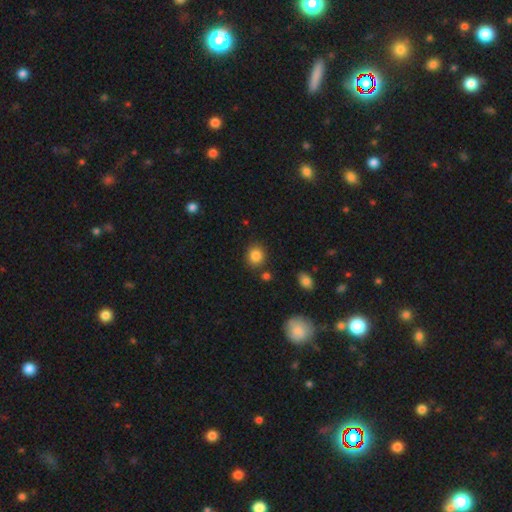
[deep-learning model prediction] Smooth or featured: smooth — 85% (star or artifact — 10%)
How rounded: round — 76% (in between — 23%)
Merging: none — 84% (minor disturbance — 9%)